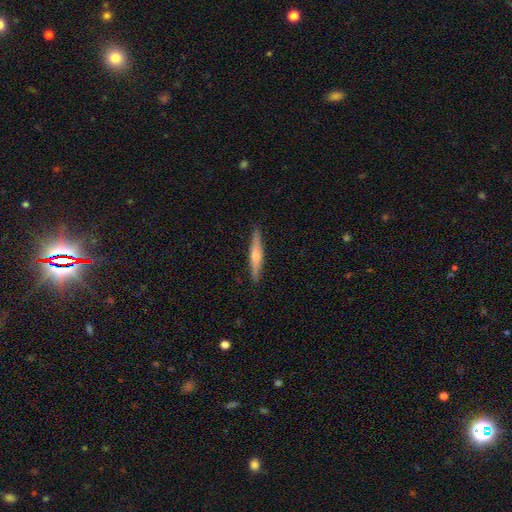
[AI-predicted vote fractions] Smooth or featured? featured or disk (56%)
Edge-on disk? yes (97%)
Edge-on bulge? rounded (82%)
Merging? none (91%)